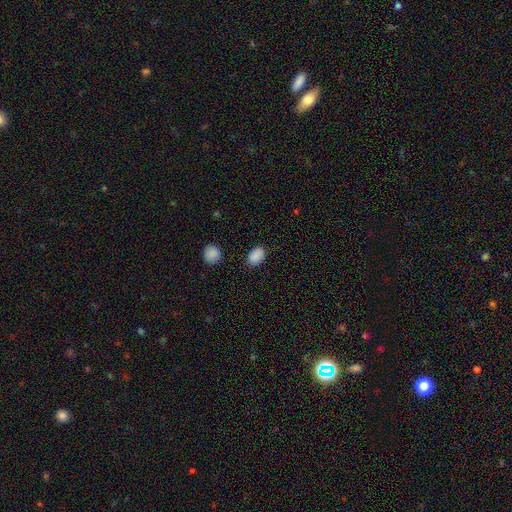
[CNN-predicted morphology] This is clearly a smooth galaxy (87%). How rounded: clearly in between (80%). Merging: clearly none (82%).